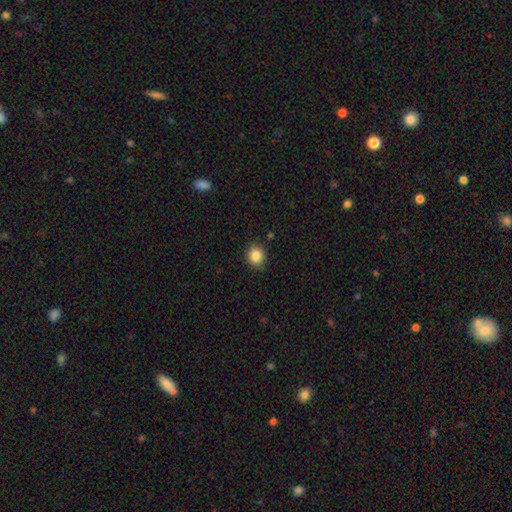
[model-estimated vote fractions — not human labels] Smooth or featured: smooth — 85% (star or artifact — 9%)
How rounded: round — 72% (in between — 27%)
Merging: none — 87% (minor disturbance — 9%)